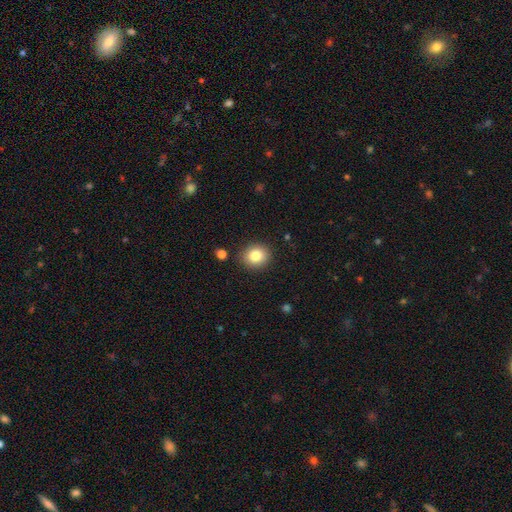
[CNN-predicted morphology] type=smooth (82%); roundness=round (77%); merging=none (88%).